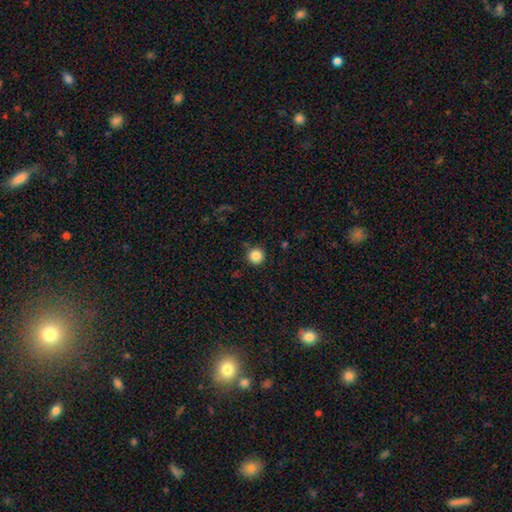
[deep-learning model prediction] Morphology: type=smooth (85%); roundness=round (96%); merging=none (89%).